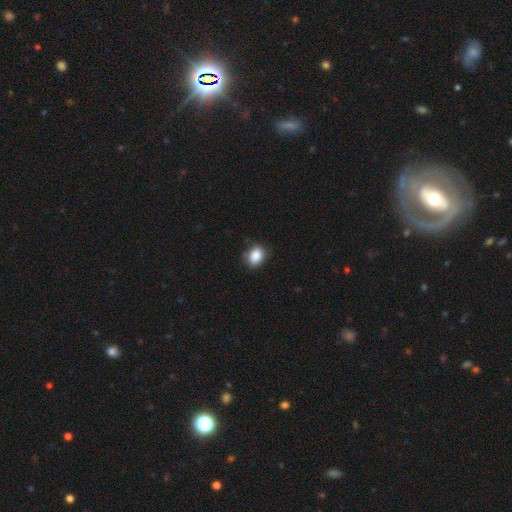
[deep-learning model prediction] This appears to be a smooth galaxy with no disk features (87%) that is in between round and cigar-shaped (63%). Merging: none (77%).